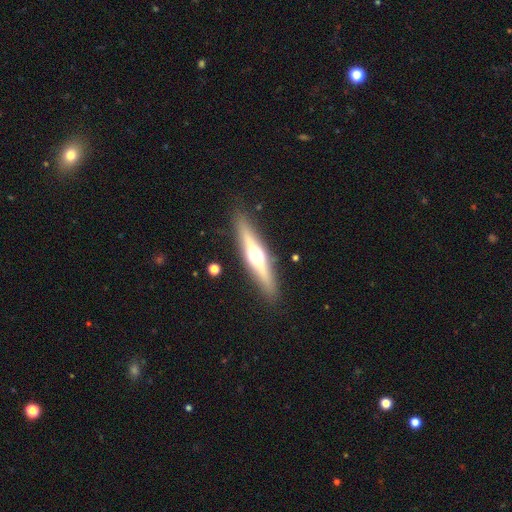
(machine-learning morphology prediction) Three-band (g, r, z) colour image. It shows a featured or disk galaxy (63%) viewed edge-on (94%) with a rounded central bulge (93%). Merging: none (88%).